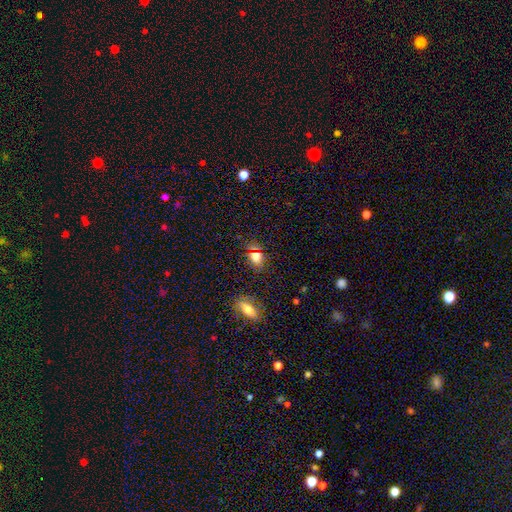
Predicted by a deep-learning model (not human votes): Smooth or featured? Predicted: smooth (p=0.68). How rounded? Predicted: in between (p=0.65). Merging? Predicted: none (p=0.83).